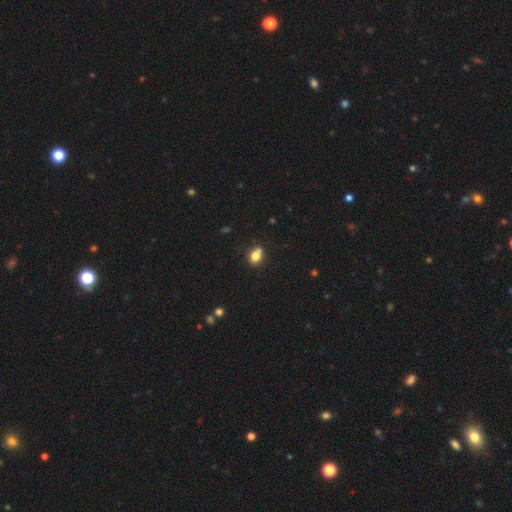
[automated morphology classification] A smooth galaxy with no disk features (79%) that is in between round and cigar-shaped (55%). Merging: none (56%).